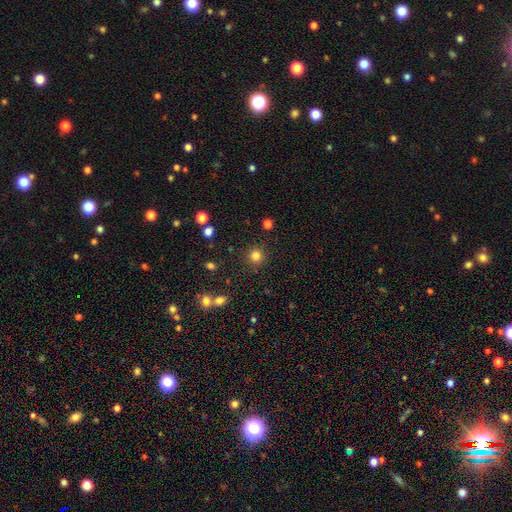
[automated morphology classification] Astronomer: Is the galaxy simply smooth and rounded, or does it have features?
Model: smooth — 81%.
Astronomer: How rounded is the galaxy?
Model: round — 94%.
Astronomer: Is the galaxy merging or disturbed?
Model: none — 89%.